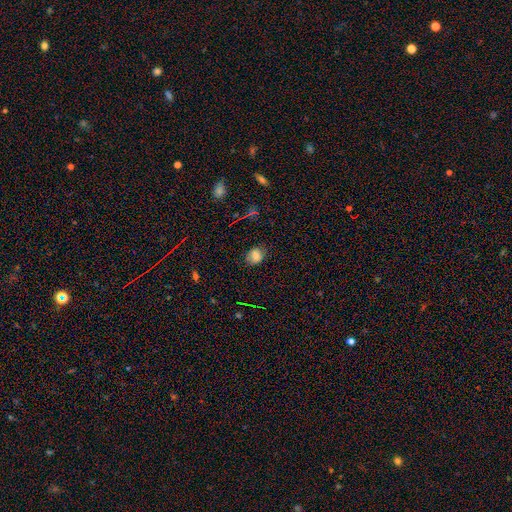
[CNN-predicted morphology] The model was most divided on "how rounded": in between: 51%, round: 47%, cigar-shaped: 1%. More confident: merging — none (75%); smooth or featured — smooth (73%).